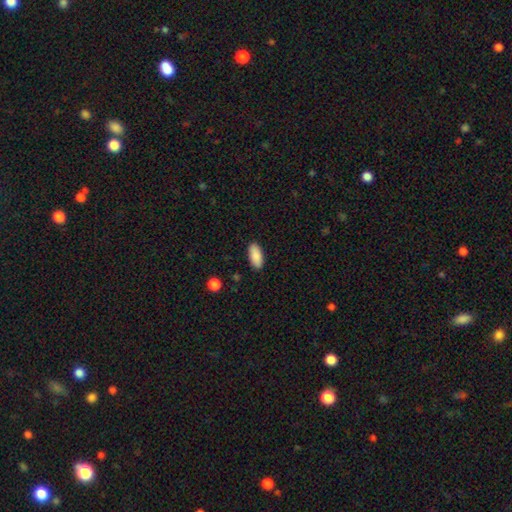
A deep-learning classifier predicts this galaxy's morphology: This is clearly a smooth galaxy (89%). How rounded: clearly in between (88%). Merging: clearly none (89%).